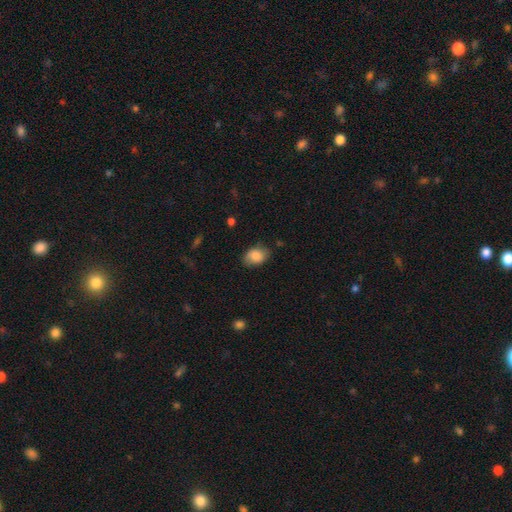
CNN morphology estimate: Smooth or featured: smooth — 83% (featured or disk — 10%)
How rounded: in between — 80% (round — 19%)
Merging: none — 73% (minor disturbance — 21%)